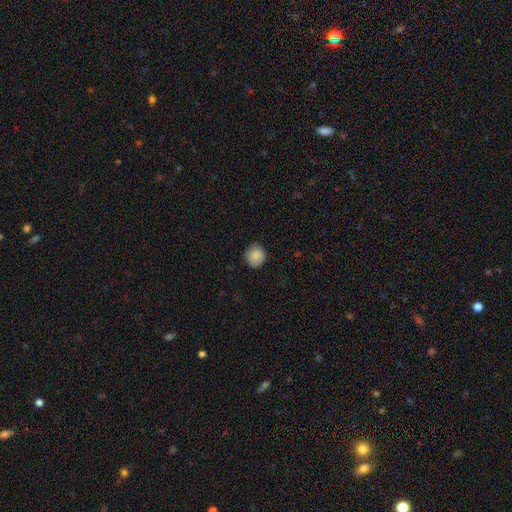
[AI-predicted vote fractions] This appears to be a smooth galaxy with no disk features (86%) that is round (86%). Merging: none (84%).